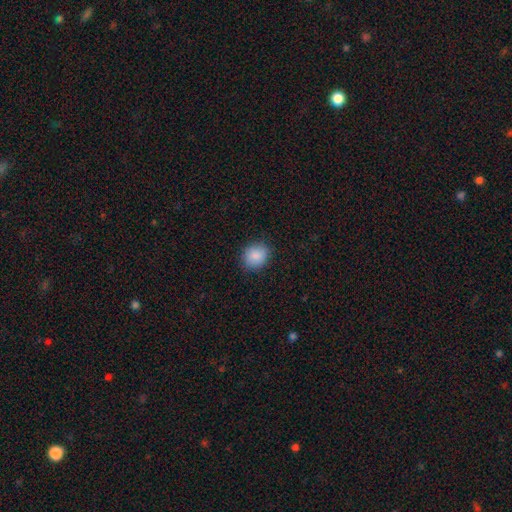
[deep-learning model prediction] Smooth or featured? Predicted: smooth (p=0.88). How rounded? Predicted: round (p=0.73). Merging? Predicted: none (p=0.86).